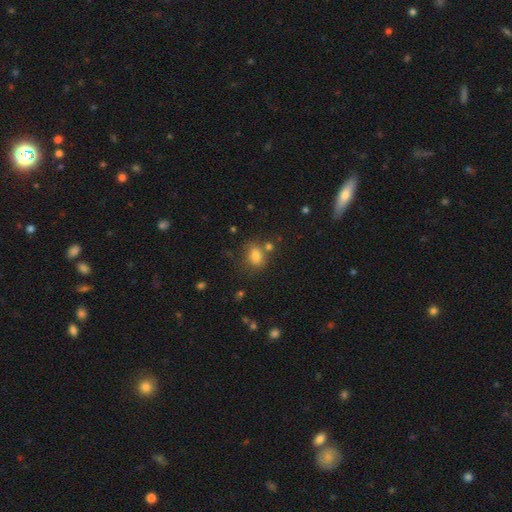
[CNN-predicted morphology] smooth-or-featured: smooth: 80% | star or artifact: 12% | featured or disk: 8%
  how-rounded: in between: 62% | round: 36% | cigar-shaped: 1%
  merging: none: 65% | minor disturbance: 16% | merger: 14% | major disturbance: 6%